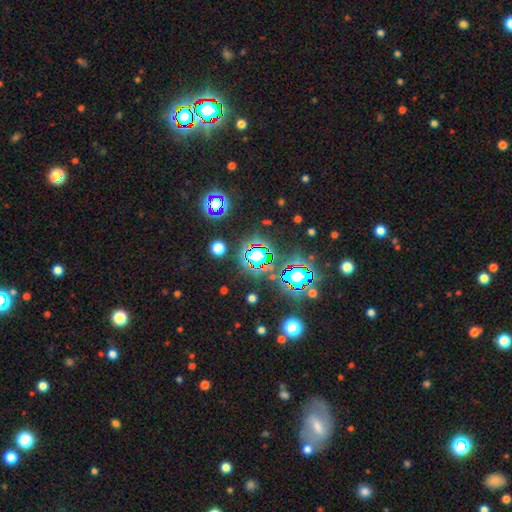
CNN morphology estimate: This is likely a star or artifact rather than a galaxy (70%).